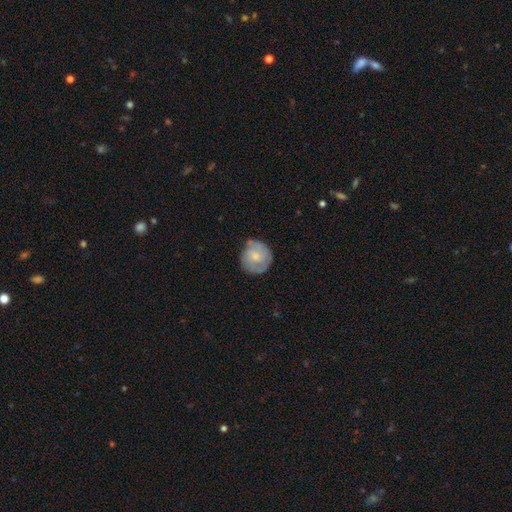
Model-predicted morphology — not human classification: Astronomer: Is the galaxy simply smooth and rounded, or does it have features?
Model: smooth — 64%.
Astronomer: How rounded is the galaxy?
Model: round — 91%.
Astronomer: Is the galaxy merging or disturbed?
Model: none — 67%.